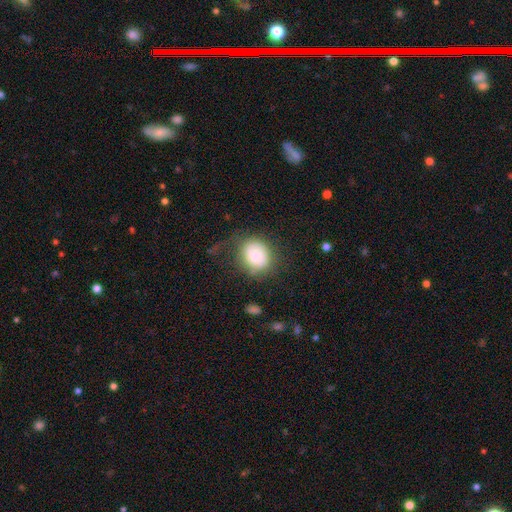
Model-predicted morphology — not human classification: Smooth or featured: smooth — 77% (featured or disk — 15%)
How rounded: round — 59% (in between — 40%)
Merging: none — 58% (minor disturbance — 22%)